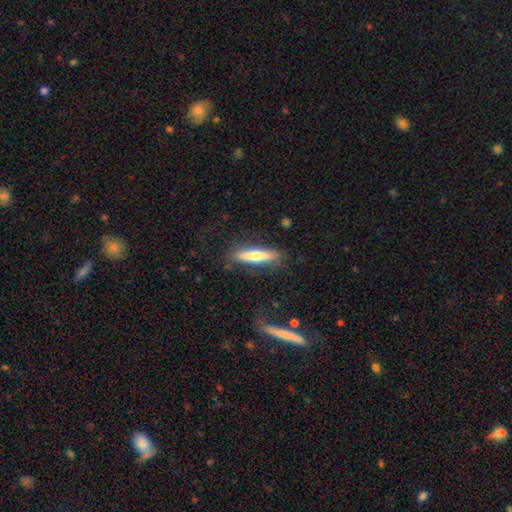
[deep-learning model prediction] Smooth or featured: smooth — 54% (featured or disk — 40%)
How rounded: cigar-shaped — 81% (in between — 18%)
Merging: none — 80% (minor disturbance — 13%)